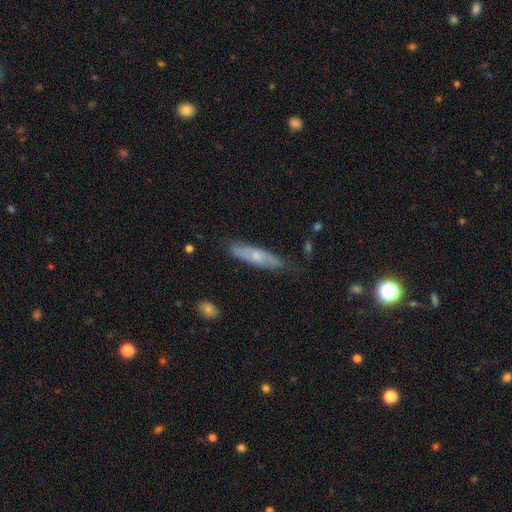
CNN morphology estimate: smooth 54%, featured or disk 40%, star or artifact 7%. Down the decision tree: how rounded — cigar-shaped (76%); merging — none (76%).